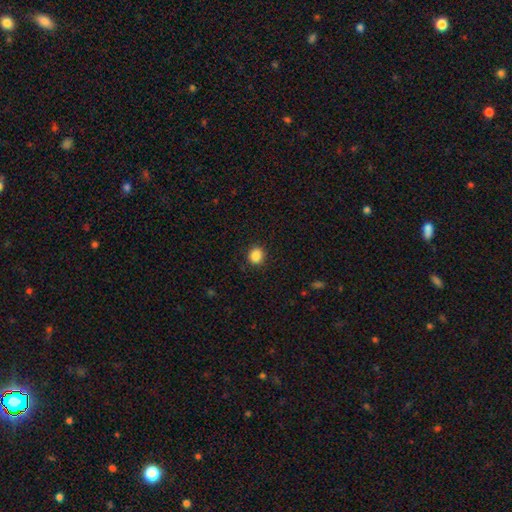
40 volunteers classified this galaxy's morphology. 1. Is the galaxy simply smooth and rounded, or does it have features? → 80% smooth, 10% featured or disk, 10% star or artifact.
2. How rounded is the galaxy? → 88% round, 12% in between, 0% cigar-shaped.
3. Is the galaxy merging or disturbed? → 81% none, 11% minor disturbance, 6% merger, 3% major disturbance.